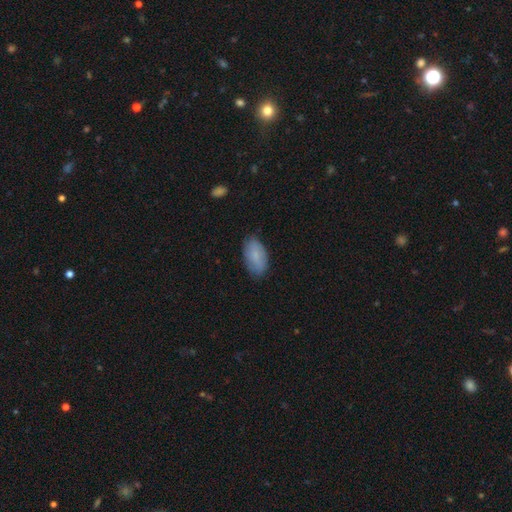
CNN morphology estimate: smooth_or_featured: smooth (p=0.76) [alt: featured or disk p=0.17]
how_rounded: in between (p=0.94) [alt: round p=0.03]
merging: none (p=0.77) [alt: minor disturbance p=0.18]